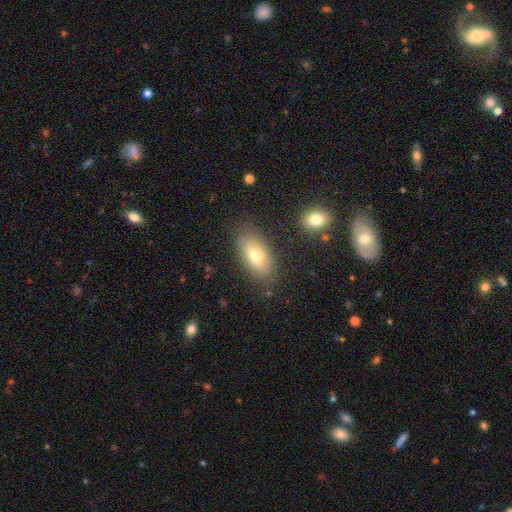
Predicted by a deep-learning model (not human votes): Smooth or featured: smooth — 67% (featured or disk — 25%)
How rounded: in between — 85% (cigar-shaped — 10%)
Merging: none — 80% (minor disturbance — 13%)